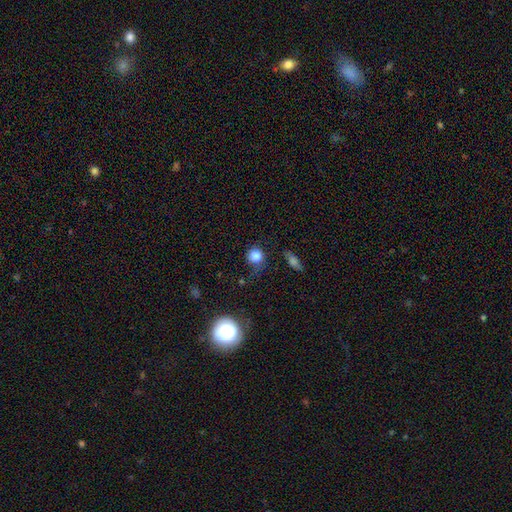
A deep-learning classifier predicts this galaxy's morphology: smooth 83%, star or artifact 12%, featured or disk 6%. Down the decision tree: how rounded — round (88%); merging — none (66%).